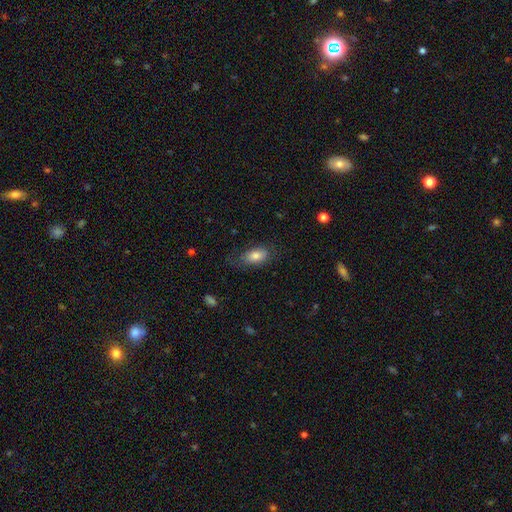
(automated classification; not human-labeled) Smooth or featured? Predicted: smooth (p=0.80). How rounded? Predicted: in between (p=0.91). Merging? Predicted: none (p=0.68).